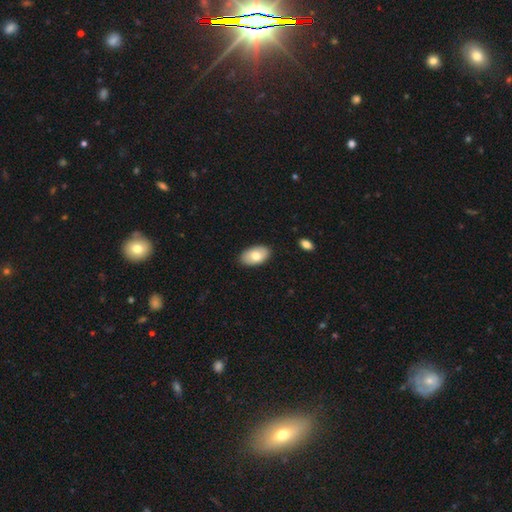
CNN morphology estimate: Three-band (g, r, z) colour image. It shows a smooth galaxy with no disk features (75%) that is in between round and cigar-shaped (94%). Merging: none (87%).